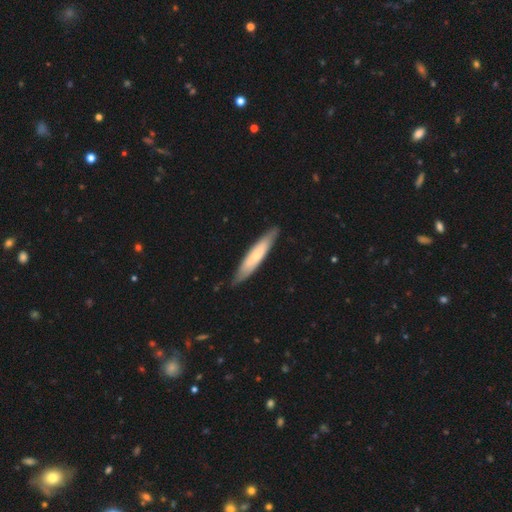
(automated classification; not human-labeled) A smooth galaxy with no disk features (57%) that is cigar-shaped (85%).

Vote fractions:
- Smooth or featured? smooth: 57% / featured or disk: 39% / star or artifact: 5%
- How rounded? cigar-shaped: 85% / in between: 14% / round: 1%
- Merging? none: 83% / minor disturbance: 13% / major disturbance: 2% / merger: 1%